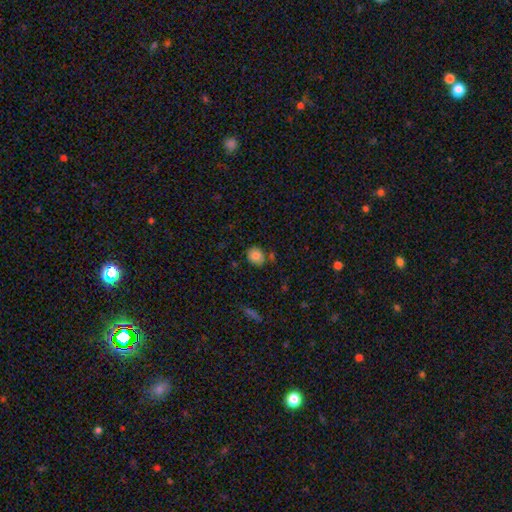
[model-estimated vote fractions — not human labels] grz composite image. It shows a smooth galaxy with no disk features (83%) that is round (66%). Merging: none (73%).